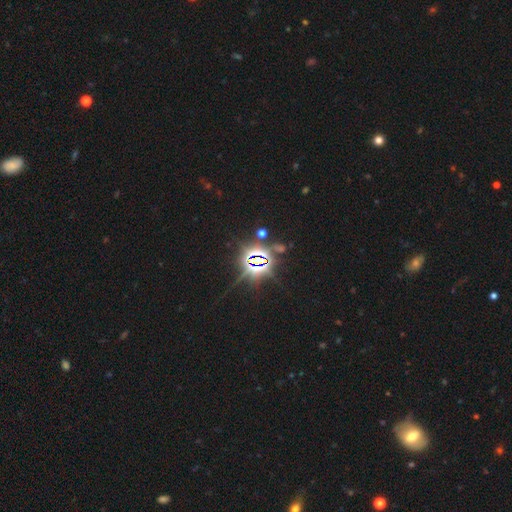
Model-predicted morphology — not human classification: This appears to be a star or artifact, not a galaxy (83%).